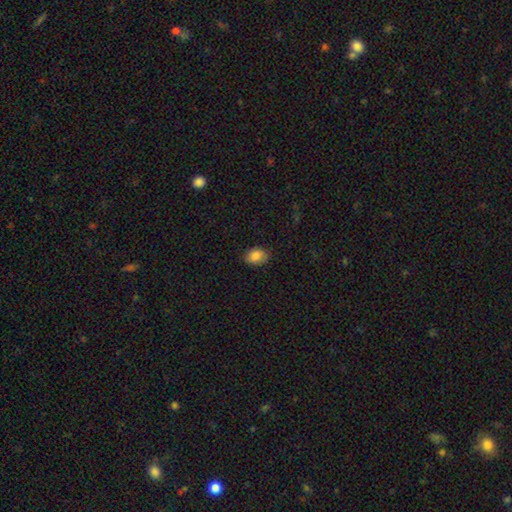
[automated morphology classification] Smooth or featured? Predicted: smooth (p=0.86). How rounded? Predicted: in between (p=0.71). Merging? Predicted: none (p=0.84).